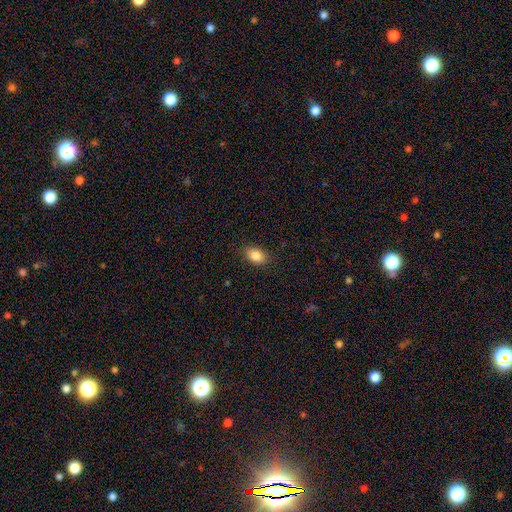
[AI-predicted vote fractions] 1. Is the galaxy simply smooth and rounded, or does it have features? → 86% smooth, 9% star or artifact, 6% featured or disk.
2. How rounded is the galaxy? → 84% in between, 15% round, 2% cigar-shaped.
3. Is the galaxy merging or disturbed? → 86% none, 10% minor disturbance, 3% major disturbance, 1% merger.